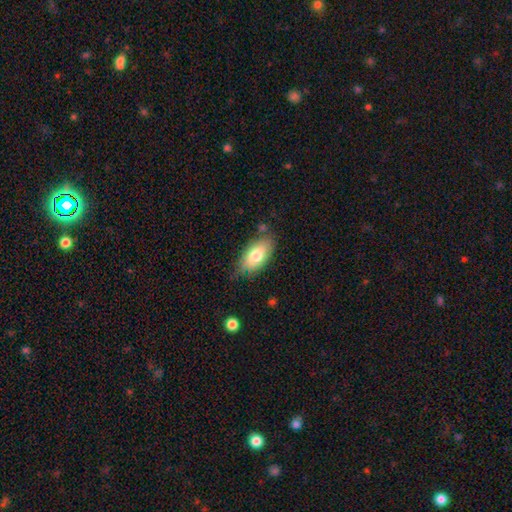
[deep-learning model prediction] This appears to be a smooth galaxy with no disk features (77%) that is in between round and cigar-shaped (91%). Merging: none (74%).